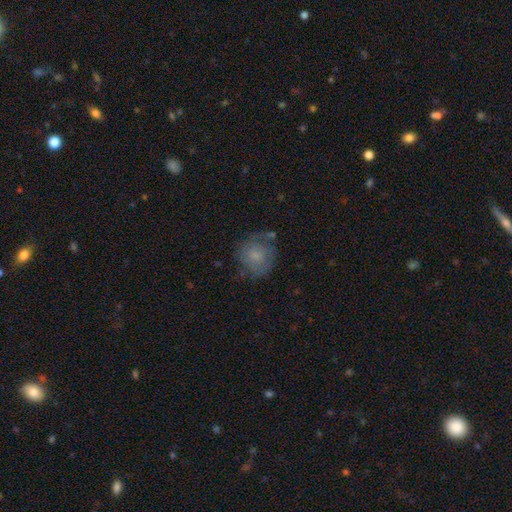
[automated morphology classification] Smooth or featured? Predicted: smooth (p=0.61). How rounded? Predicted: round (p=0.82). Merging? Predicted: none (p=0.56).